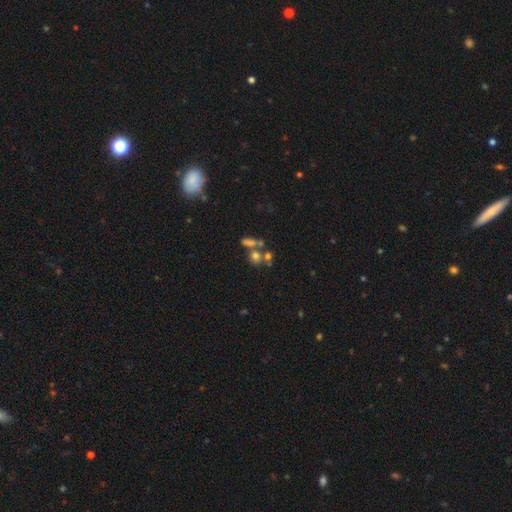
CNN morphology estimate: A smooth galaxy with no disk features (62%) that is round (75%).

Vote fractions:
- Smooth or featured? smooth: 62% / star or artifact: 21% / featured or disk: 18%
- How rounded? round: 75% / in between: 23% / cigar-shaped: 3%
- Merging? none: 47% / merger: 37% / minor disturbance: 10% / major disturbance: 6%